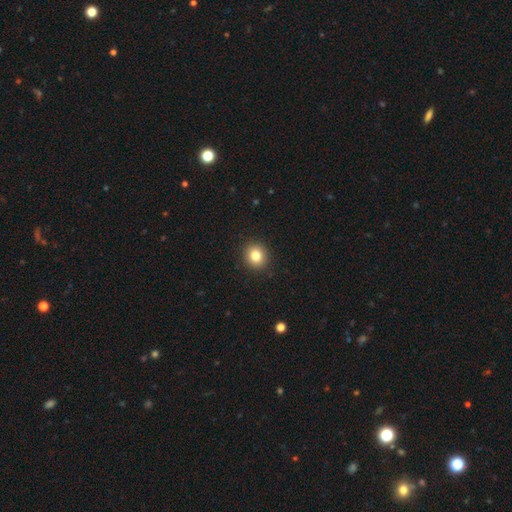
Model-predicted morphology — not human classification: Q: Smooth or featured?
A: smooth (82%); runner-up: star or artifact (11%)
Q: How rounded?
A: round (84%); runner-up: in between (15%)
Q: Merging?
A: none (92%); runner-up: minor disturbance (6%)